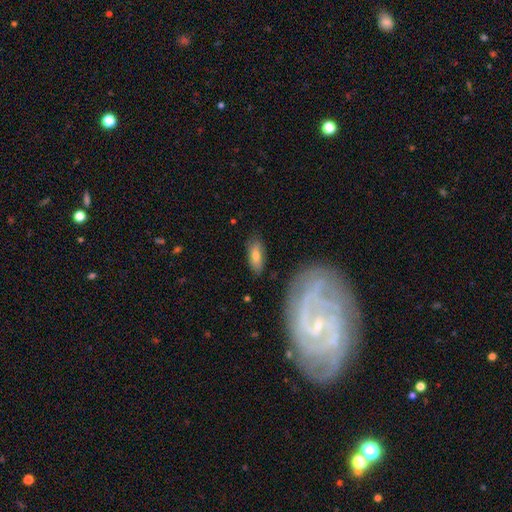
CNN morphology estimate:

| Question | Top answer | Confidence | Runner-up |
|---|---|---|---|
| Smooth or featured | smooth | 72% | featured or disk (22%) |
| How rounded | in between | 75% | cigar-shaped (22%) |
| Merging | none | 79% | minor disturbance (14%) |